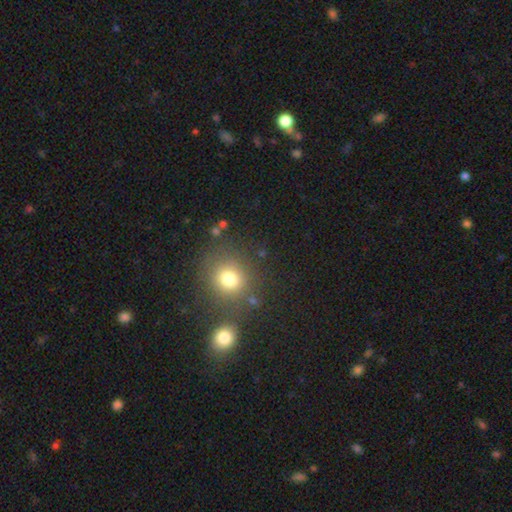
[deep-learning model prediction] smooth-or-featured: smooth: 64% | star or artifact: 28% | featured or disk: 9%
  how-rounded: round: 88% | in between: 11% | cigar-shaped: 1%
  merging: none: 75% | merger: 13% | minor disturbance: 8% | major disturbance: 3%